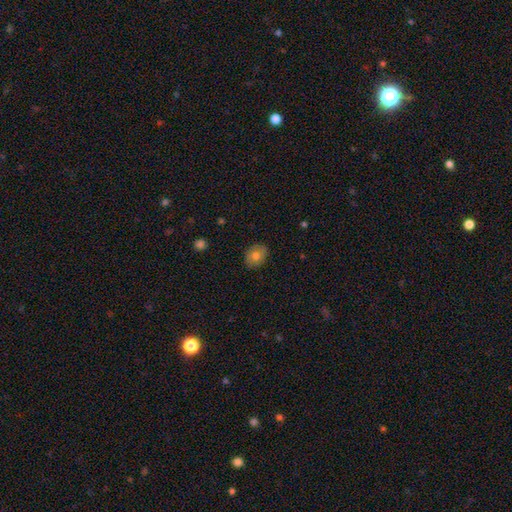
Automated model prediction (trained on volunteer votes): Q: Smooth or featured?
A: smooth (75%); runner-up: featured or disk (17%)
Q: How rounded?
A: in between (52%); runner-up: round (47%)
Q: Merging?
A: none (85%); runner-up: minor disturbance (11%)